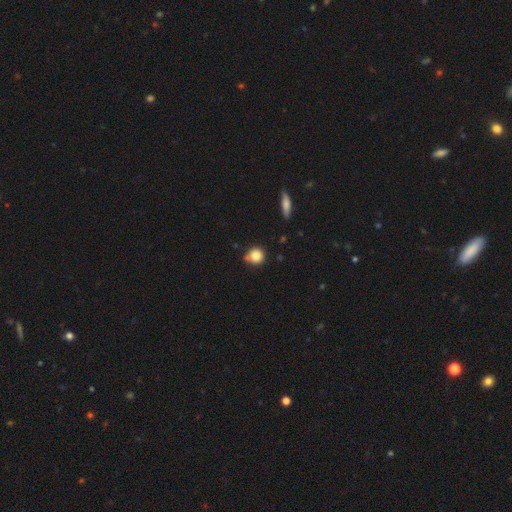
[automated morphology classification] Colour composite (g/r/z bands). It shows a smooth galaxy with no disk features (82%) that is round (91%). Merging: none (70%).